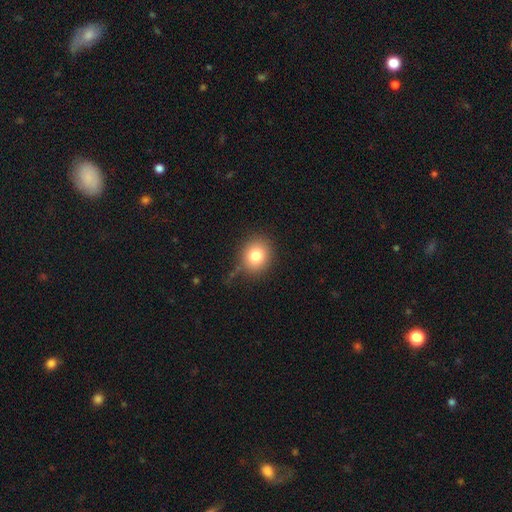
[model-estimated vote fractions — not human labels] The model was most divided on "how rounded": round: 75%, in between: 24%, cigar-shaped: 1%. More confident: merging — none (81%); smooth or featured — smooth (79%).